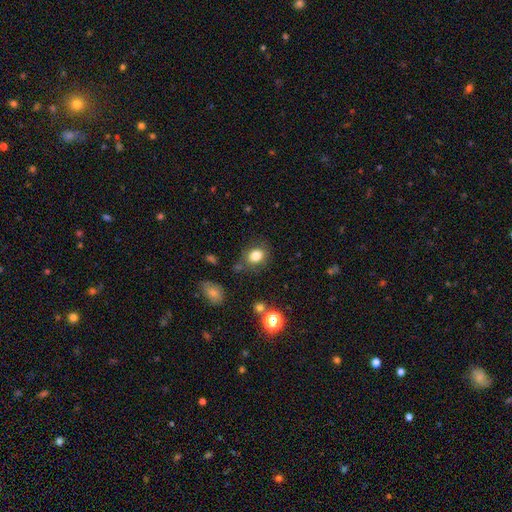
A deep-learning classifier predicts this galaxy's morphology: This appears to be a smooth galaxy with no disk features (81%) that is round (53%). Merging: none (76%).